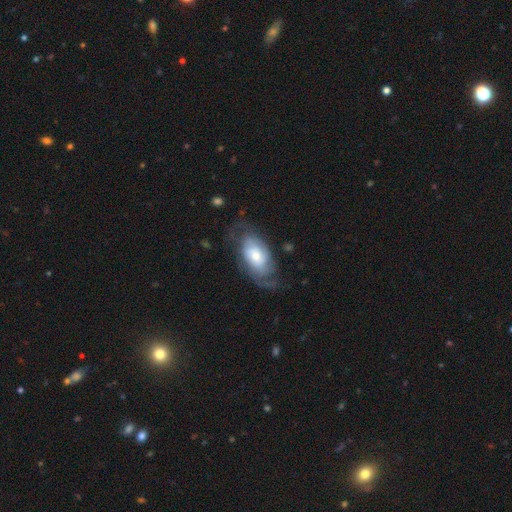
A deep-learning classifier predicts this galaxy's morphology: featured or disk 66%, smooth 28%, star or artifact 6%. Down the decision tree: edge-on disk — no (94%); bar — no (66%); spiral arms — yes (85%); spiral arm count — can't tell (39%, tied with 2); spiral winding — tight (43%); bulge size — moderate (50%); merging — none (55%).